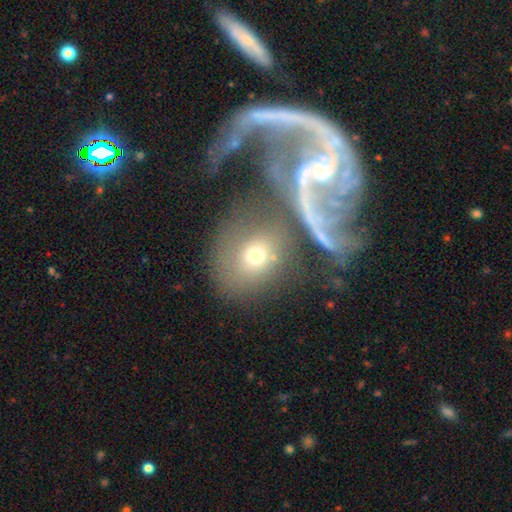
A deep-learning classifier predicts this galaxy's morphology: Smooth or featured? smooth (58%)
How rounded? round (60%)
Merging? none (44%)